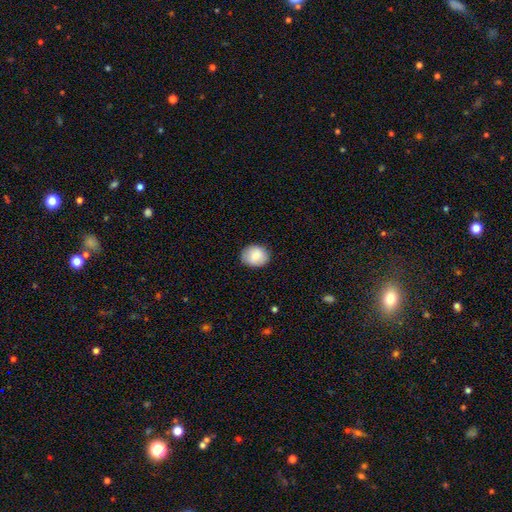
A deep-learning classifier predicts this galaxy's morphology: Smooth or featured?
  - smooth: 86% *
  - featured or disk: 7%
  - star or artifact: 7%
How rounded?
  - round: 55% *
  - in between: 44%
  - cigar-shaped: 1%
Merging?
  - none: 85% *
  - minor disturbance: 12%
  - major disturbance: 3%
  - merger: 1%